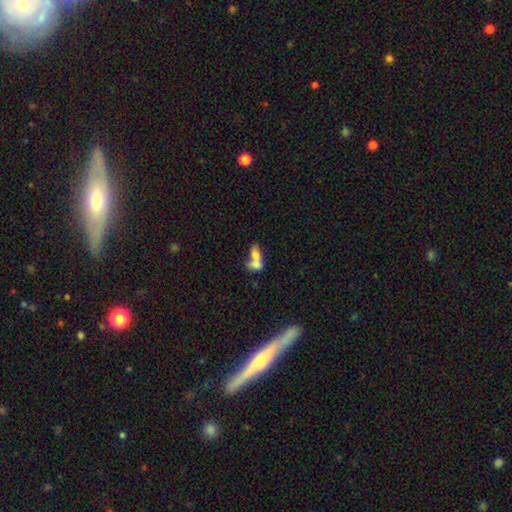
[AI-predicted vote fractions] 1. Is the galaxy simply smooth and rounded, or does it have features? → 70% smooth, 21% featured or disk, 9% star or artifact.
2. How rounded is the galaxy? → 80% in between, 14% round, 6% cigar-shaped.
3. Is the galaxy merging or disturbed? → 75% merger, 14% none, 6% minor disturbance, 5% major disturbance.